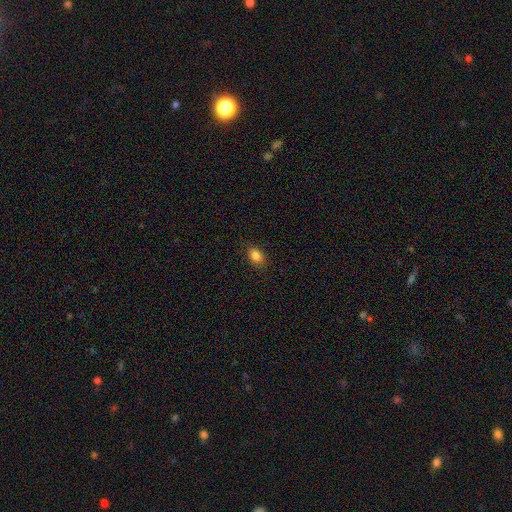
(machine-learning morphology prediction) Smooth or featured: smooth — 84% (star or artifact — 10%)
How rounded: in between — 70% (round — 28%)
Merging: none — 86% (minor disturbance — 11%)